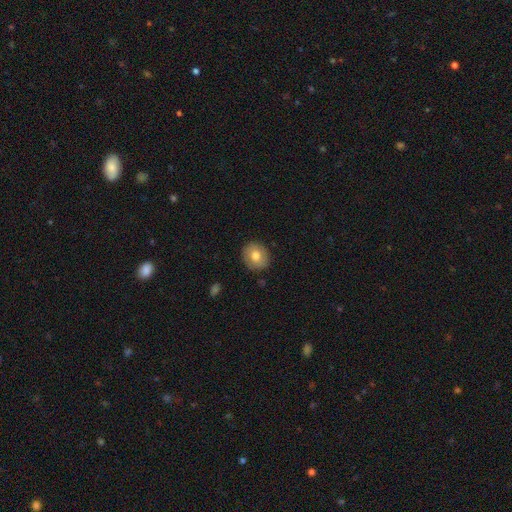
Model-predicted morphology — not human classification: smooth_or_featured: smooth (p=0.74) [alt: featured or disk p=0.18]
how_rounded: round (p=0.71) [alt: in between p=0.28]
merging: none (p=0.87) [alt: minor disturbance p=0.10]